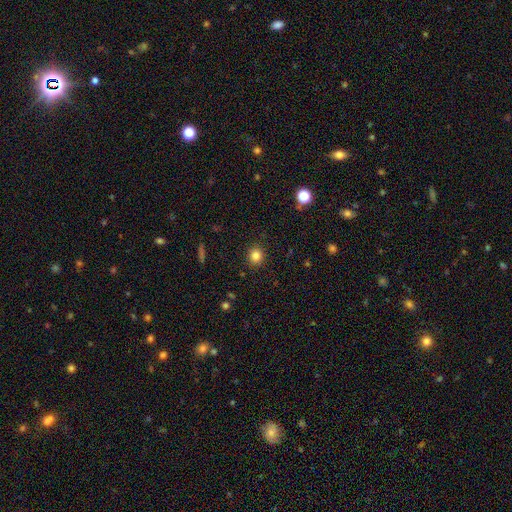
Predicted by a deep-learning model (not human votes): Morphology: type=smooth (83%); roundness=round (88%); merging=none (91%).